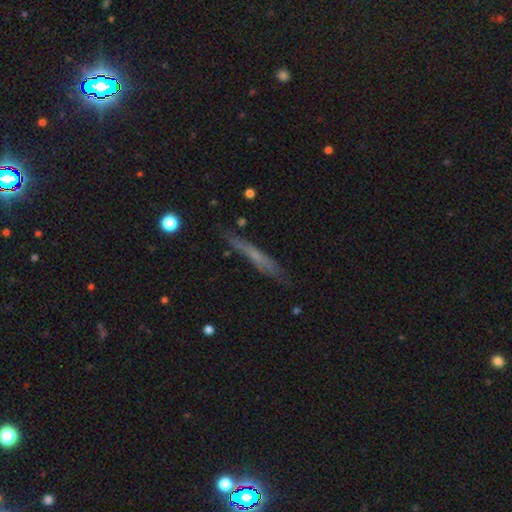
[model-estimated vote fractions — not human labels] This is possibly a smooth galaxy (47%). Merging: likely none (79%).